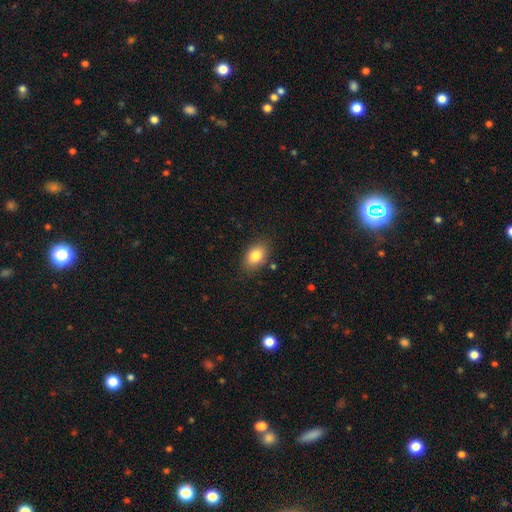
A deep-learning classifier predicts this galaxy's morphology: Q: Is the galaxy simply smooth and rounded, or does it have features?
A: smooth — 82%.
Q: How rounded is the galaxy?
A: in between — 82%.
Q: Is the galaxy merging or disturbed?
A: none — 82%.